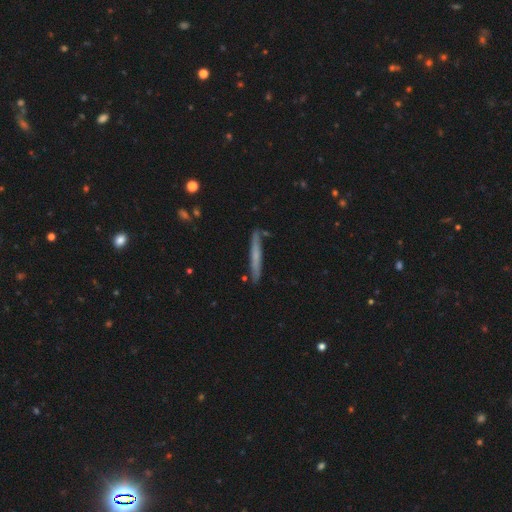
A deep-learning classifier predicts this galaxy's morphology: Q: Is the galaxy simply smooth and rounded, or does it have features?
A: smooth — 51%.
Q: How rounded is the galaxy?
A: cigar-shaped — 96%.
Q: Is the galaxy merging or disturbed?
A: none — 83%.